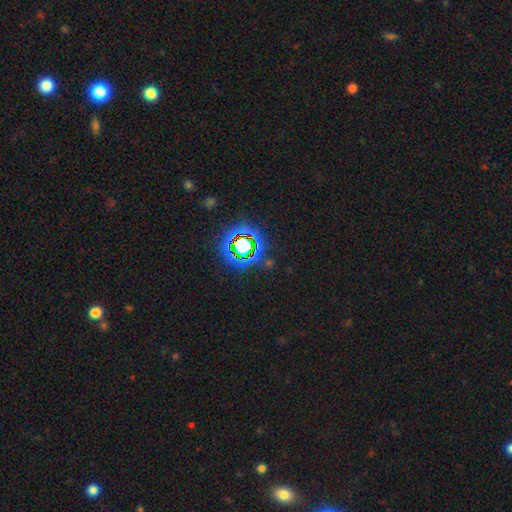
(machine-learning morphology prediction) Smooth or featured: star or artifact — 80% (smooth — 12%)